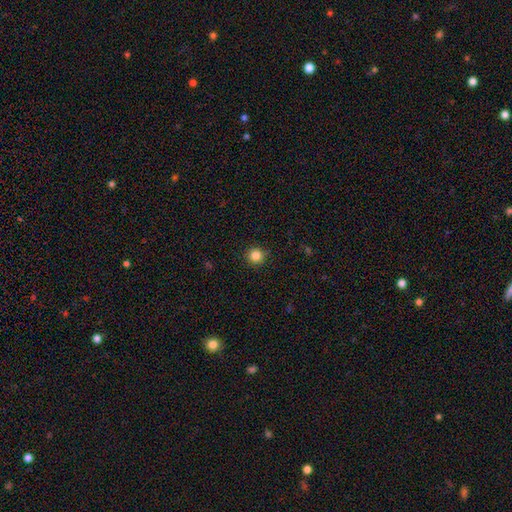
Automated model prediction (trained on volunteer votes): Q: Smooth or featured?
A: smooth (84%); runner-up: star or artifact (12%)
Q: How rounded?
A: round (94%); runner-up: in between (5%)
Q: Merging?
A: none (91%); runner-up: minor disturbance (6%)